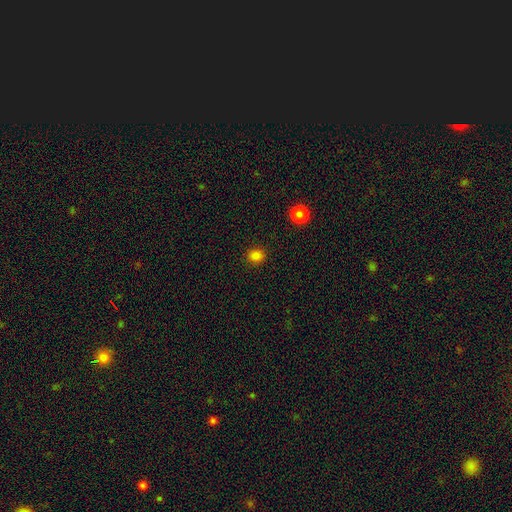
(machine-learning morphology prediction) Smooth or featured: smooth — 83% (star or artifact — 14%)
How rounded: round — 74% (in between — 25%)
Merging: none — 90% (minor disturbance — 7%)